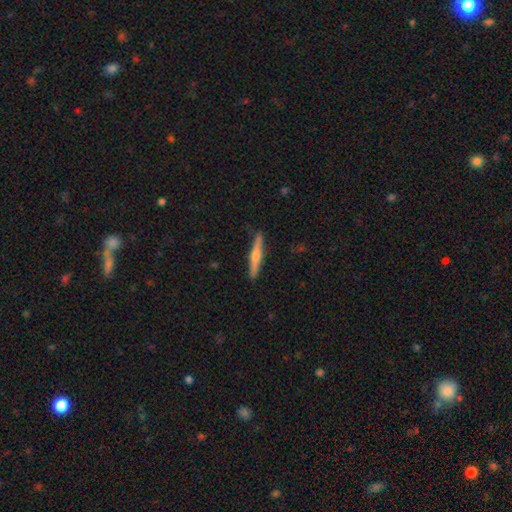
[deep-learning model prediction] smooth_or_featured: featured or disk (p=0.67) [alt: smooth p=0.27]
disk_edge_on: yes (p=0.97) [alt: no p=0.03]
edge_on_bulge: rounded (p=0.90) [alt: none p=0.06]
merging: none (p=0.90) [alt: minor disturbance p=0.07]